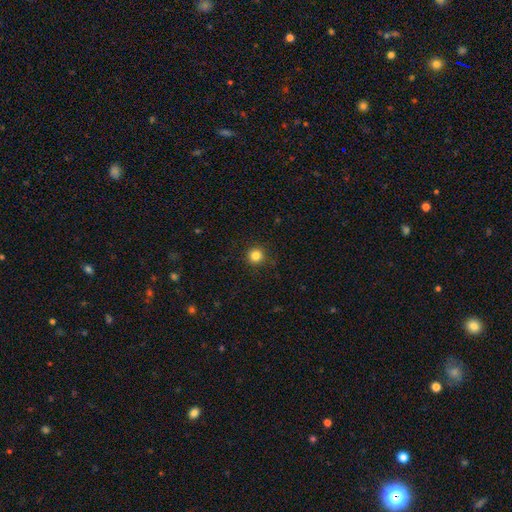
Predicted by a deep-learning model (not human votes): Morphology: type=smooth (84%); roundness=round (95%); merging=none (91%).